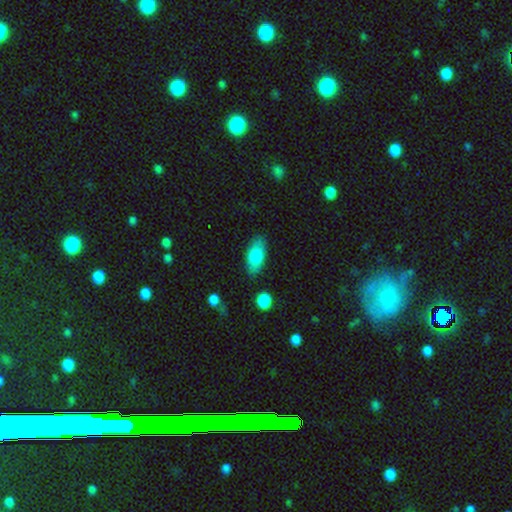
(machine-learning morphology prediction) A smooth galaxy with no disk features (78%) that is in between round and cigar-shaped (86%). Merging: none (83%).